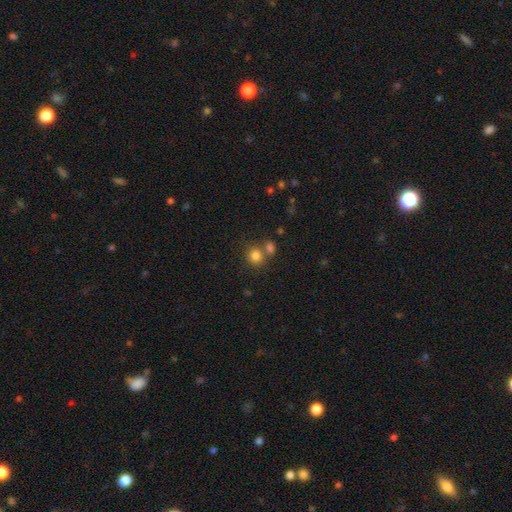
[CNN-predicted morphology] The model was most divided on "merging": none: 59%, merger: 29%, minor disturbance: 9%, major disturbance: 4%. More confident: how rounded — round (82%); smooth or featured — smooth (81%).